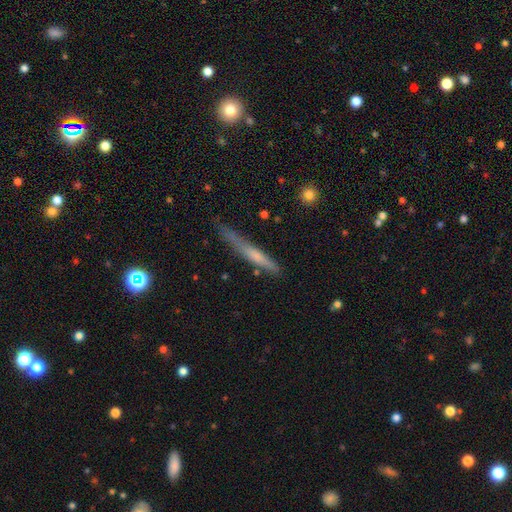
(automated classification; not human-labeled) The model was most divided on "smooth or featured": smooth: 53%, featured or disk: 40%, star or artifact: 7%. More confident: how rounded — cigar-shaped (94%); merging — none (62%).